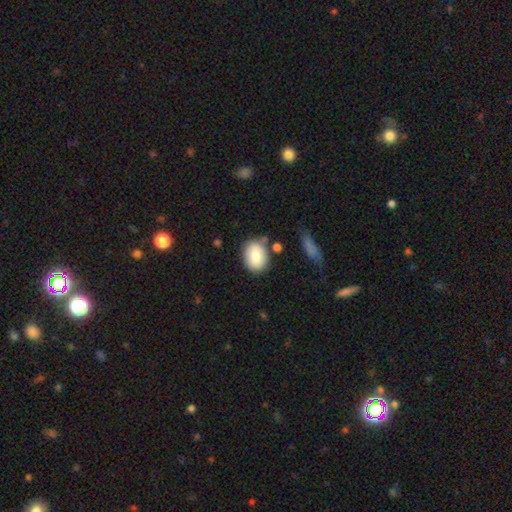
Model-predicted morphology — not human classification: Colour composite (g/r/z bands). It shows a smooth galaxy with no disk features (79%) that is in between round and cigar-shaped (60%). Merging: none (75%).